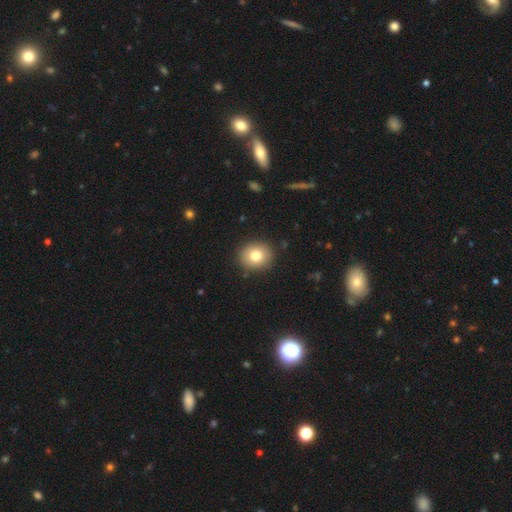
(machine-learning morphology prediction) Smooth or featured: smooth — 79% (featured or disk — 11%)
How rounded: round — 76% (in between — 23%)
Merging: none — 89% (minor disturbance — 8%)